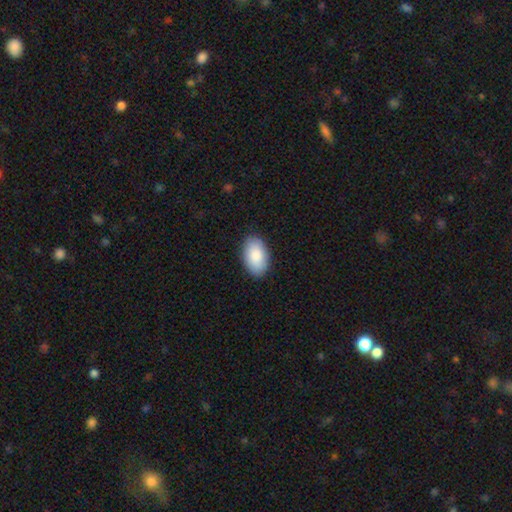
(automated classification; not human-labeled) smooth 88%, featured or disk 6%, star or artifact 6%. Down the decision tree: how rounded — in between (94%); merging — none (88%).